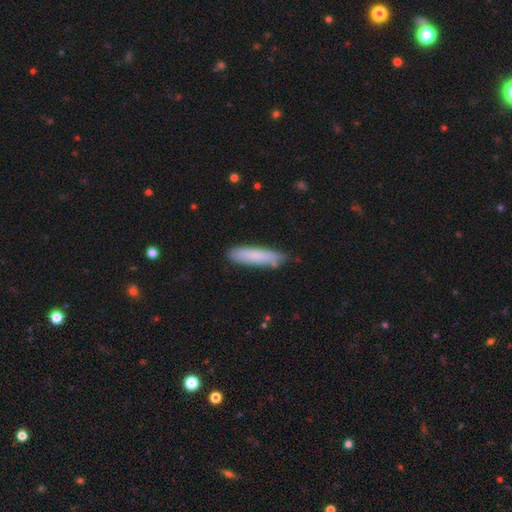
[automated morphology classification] A smooth galaxy with no disk features (80%) that is cigar-shaped (80%).

Vote fractions:
- Smooth or featured? smooth: 80% / featured or disk: 14% / star or artifact: 6%
- How rounded? cigar-shaped: 80% / in between: 18% / round: 1%
- Merging? none: 80% / minor disturbance: 15% / major disturbance: 2% / merger: 2%